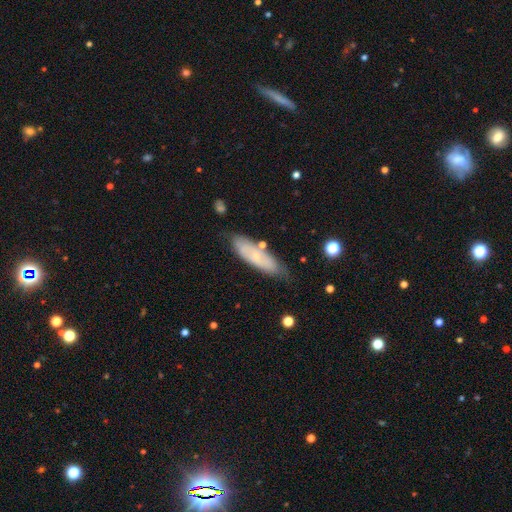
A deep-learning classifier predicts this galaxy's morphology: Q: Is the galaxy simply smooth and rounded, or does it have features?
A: smooth — 56%.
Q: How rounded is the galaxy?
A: cigar-shaped — 53%.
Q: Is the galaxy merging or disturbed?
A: none — 69%.